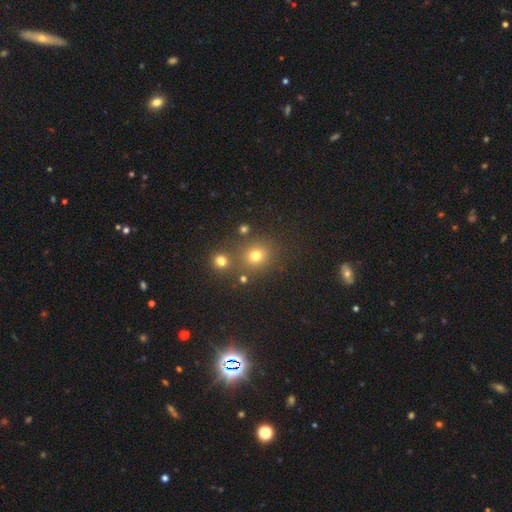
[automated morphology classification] A smooth galaxy with no disk features (72%) that is round (84%). Merging: none (73%).